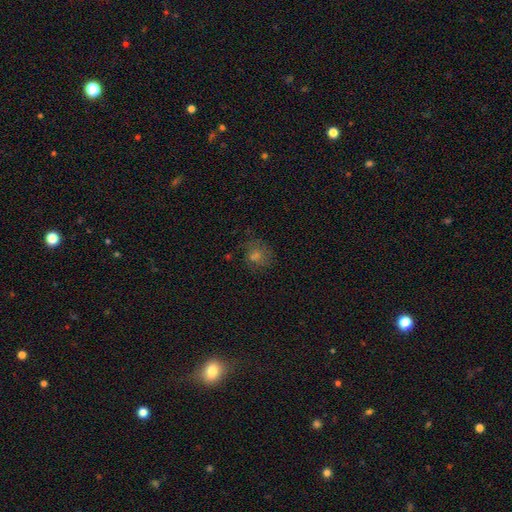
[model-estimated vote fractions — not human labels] Morphology: type=smooth (50%); roundness=round (73%); merging=none (70%).